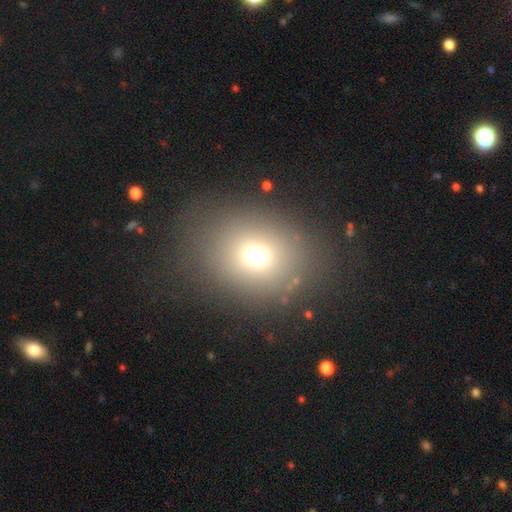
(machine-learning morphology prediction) Overall: smooth (67%). How rounded: round (66%; in between 33%). Merging: none (78%).